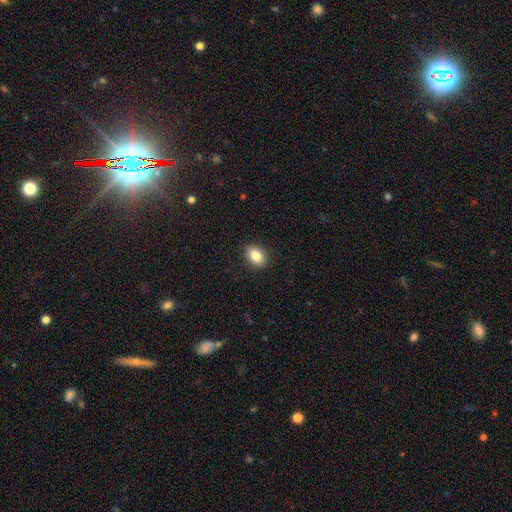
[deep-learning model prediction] This appears to be a smooth galaxy with no disk features (84%) that is in between round and cigar-shaped (76%). Merging: none (89%).